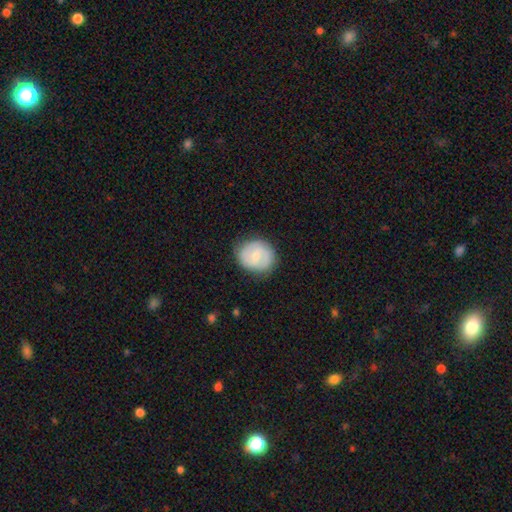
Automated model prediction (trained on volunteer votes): Smooth or featured: smooth — 50% (featured or disk — 44%)
How rounded: round — 74% (in between — 25%)
Merging: none — 80% (minor disturbance — 15%)